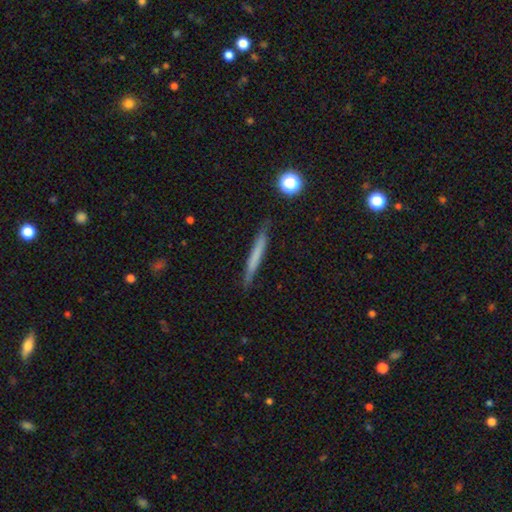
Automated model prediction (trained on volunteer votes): This is likely a smooth galaxy (63%). How rounded: clearly cigar-shaped (96%). Merging: clearly none (87%).